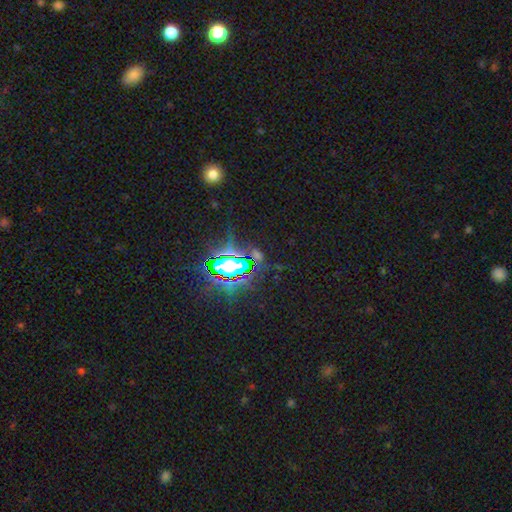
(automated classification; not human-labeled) star or artifact 76%, smooth 14%, featured or disk 10%.